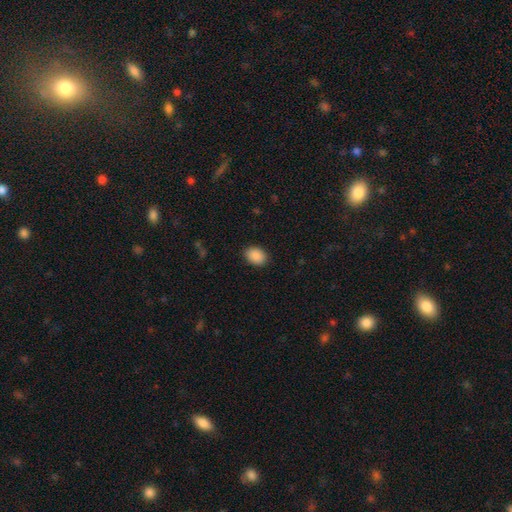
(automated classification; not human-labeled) Smooth or featured?
  - smooth: 90% *
  - star or artifact: 8%
  - featured or disk: 3%
How rounded?
  - in between: 76% *
  - round: 23%
  - cigar-shaped: 1%
Merging?
  - none: 88% *
  - minor disturbance: 9%
  - major disturbance: 2%
  - merger: 1%